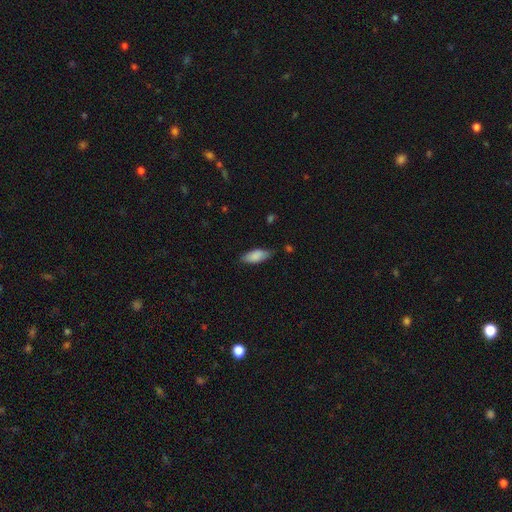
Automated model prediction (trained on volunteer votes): This is clearly a smooth galaxy (87%). How rounded: clearly in between (82%). Merging: likely none (76%).